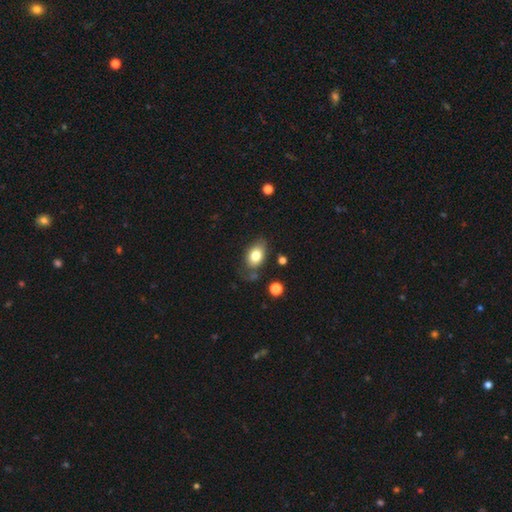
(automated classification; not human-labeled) Q: Smooth or featured?
A: smooth (79%); runner-up: featured or disk (13%)
Q: How rounded?
A: in between (84%); runner-up: round (14%)
Q: Merging?
A: none (69%); runner-up: minor disturbance (20%)